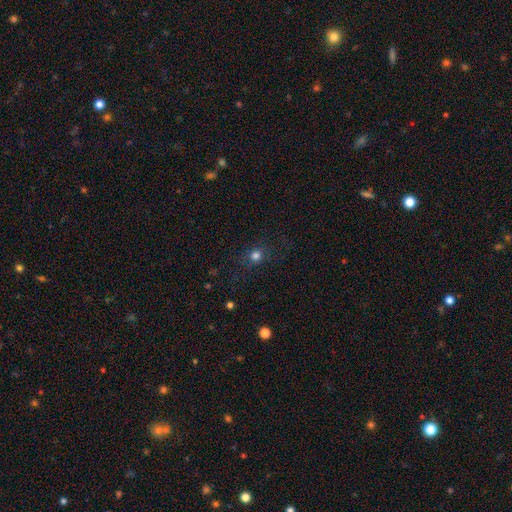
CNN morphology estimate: Overall: smooth (73%). How rounded: round (77%). Merging: none (79%).